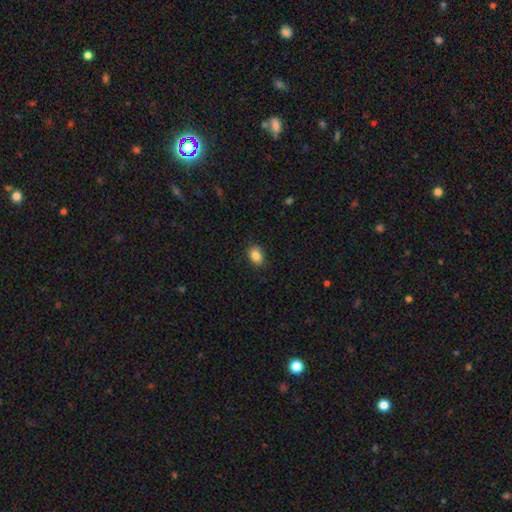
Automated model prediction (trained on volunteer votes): Smooth or featured? Predicted: smooth (p=0.85). How rounded? Predicted: in between (p=0.71). Merging? Predicted: none (p=0.86).